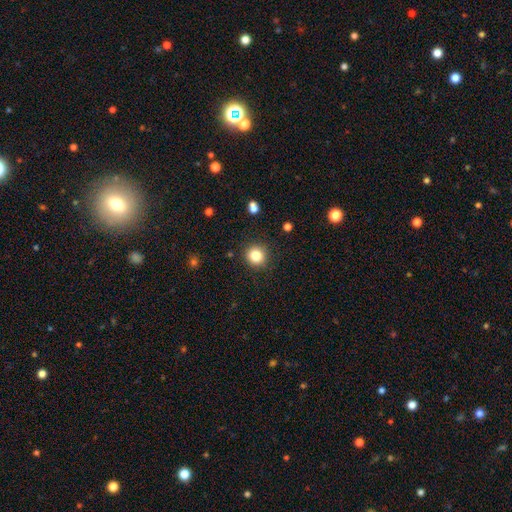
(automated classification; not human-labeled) A smooth galaxy with no disk features (83%) that is round (92%). Merging: none (90%).